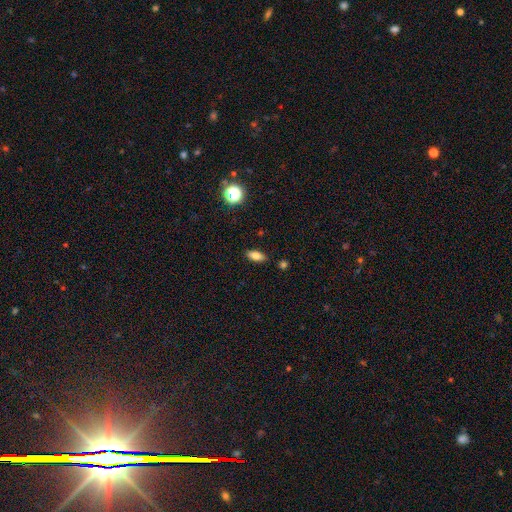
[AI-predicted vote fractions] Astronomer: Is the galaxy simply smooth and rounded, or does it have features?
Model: smooth — 80%.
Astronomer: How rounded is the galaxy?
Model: in between — 83%.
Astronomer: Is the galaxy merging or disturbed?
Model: none — 88%.